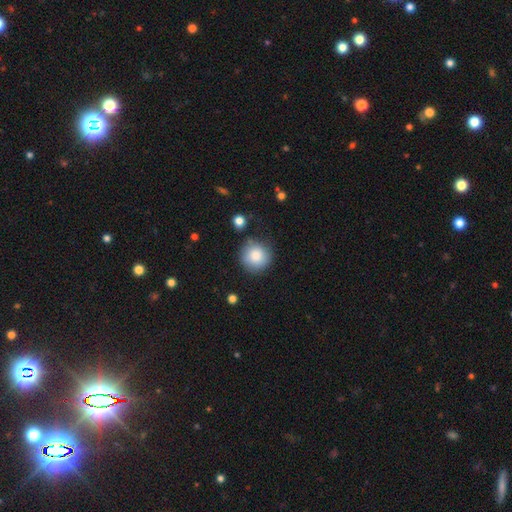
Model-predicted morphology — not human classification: Smooth or featured: smooth — 83% (star or artifact — 8%)
How rounded: round — 94% (in between — 5%)
Merging: none — 81% (minor disturbance — 12%)